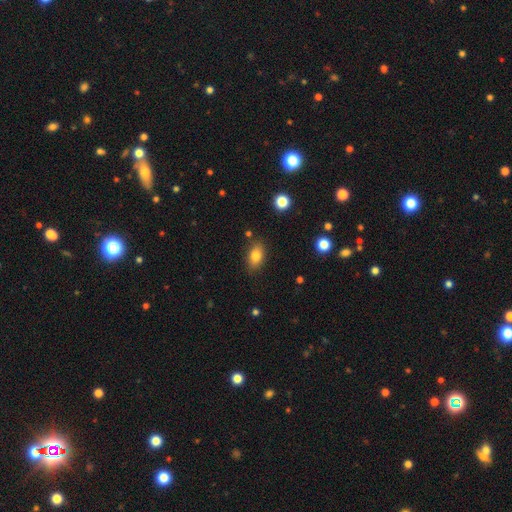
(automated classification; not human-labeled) Smooth or featured? Predicted: smooth (p=0.81). How rounded? Predicted: in between (p=0.85). Merging? Predicted: none (p=0.82).